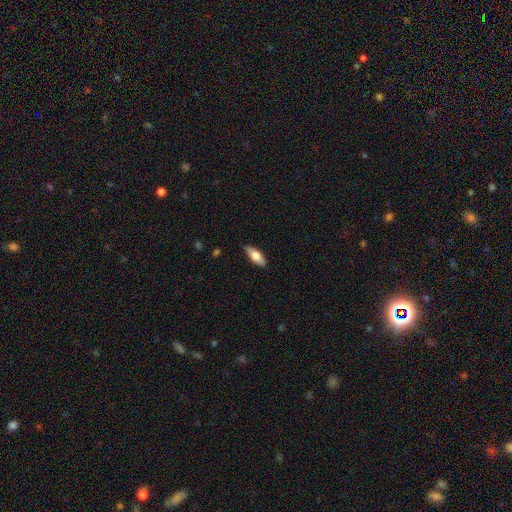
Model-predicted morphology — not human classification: Q: Smooth or featured?
A: smooth (68%); runner-up: featured or disk (27%)
Q: How rounded?
A: in between (71%); runner-up: cigar-shaped (26%)
Q: Merging?
A: none (86%); runner-up: minor disturbance (11%)